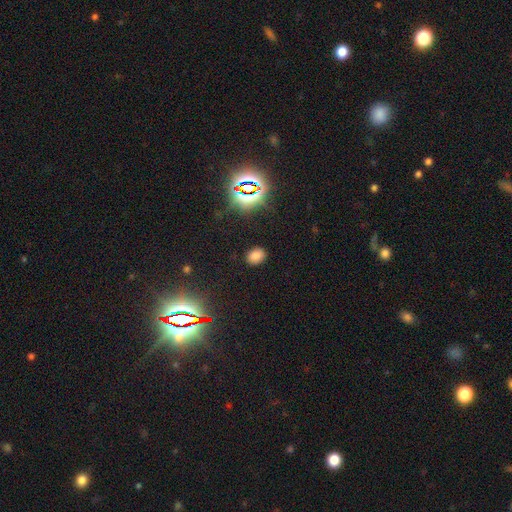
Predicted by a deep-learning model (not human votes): A smooth galaxy with no disk features (73%) that is in between round and cigar-shaped (65%).

Vote fractions:
- Smooth or featured? smooth: 73% / star or artifact: 21% / featured or disk: 6%
- How rounded? in between: 65% / round: 34% / cigar-shaped: 1%
- Merging? none: 87% / minor disturbance: 9% / major disturbance: 3% / merger: 1%